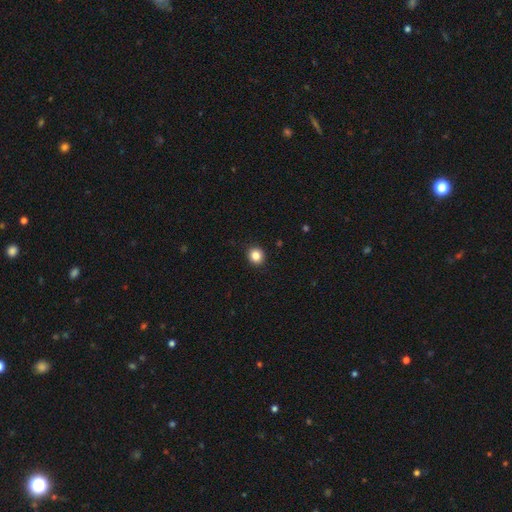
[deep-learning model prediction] Overall: smooth (85%). How rounded: round (84%). Merging: none (92%).